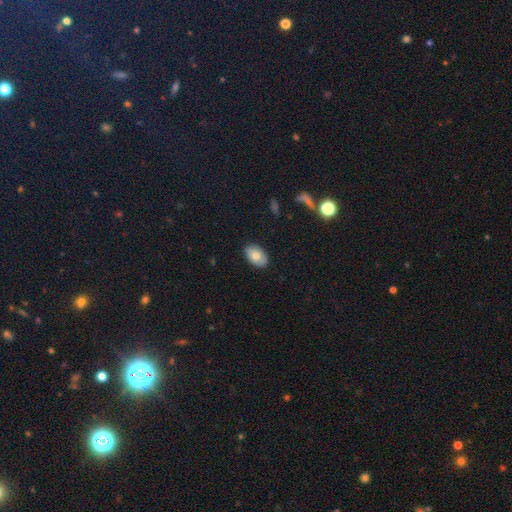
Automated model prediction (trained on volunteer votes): A smooth galaxy with no disk features (77%) that is in between round and cigar-shaped (91%).

Vote fractions:
- Smooth or featured? smooth: 77% / featured or disk: 16% / star or artifact: 7%
- How rounded? in between: 91% / round: 8% / cigar-shaped: 1%
- Merging? none: 85% / minor disturbance: 12% / major disturbance: 2% / merger: 1%